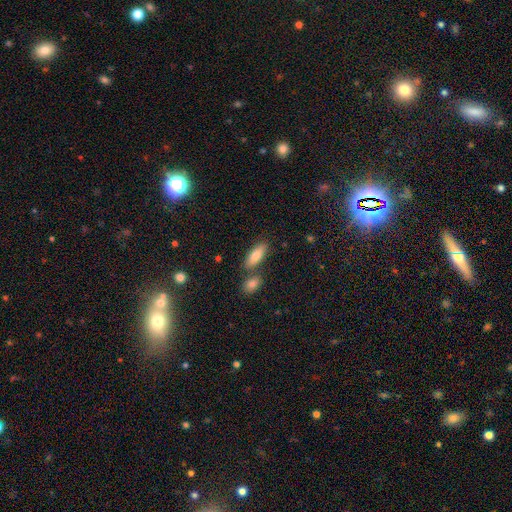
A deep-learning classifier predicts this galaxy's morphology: type=smooth (80%); roundness=in between (73%); merging=none (69%).